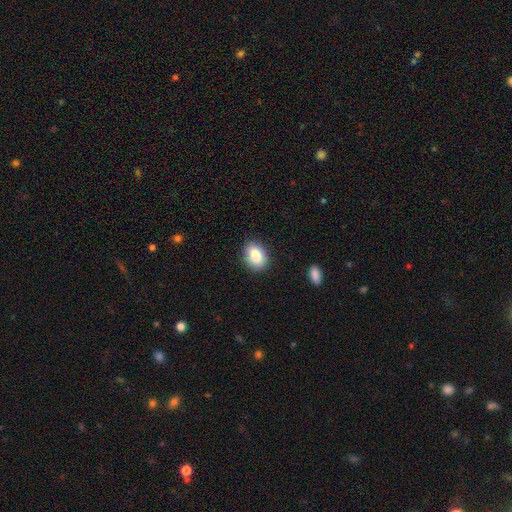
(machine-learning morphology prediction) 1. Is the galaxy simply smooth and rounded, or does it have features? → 88% smooth, 7% star or artifact, 5% featured or disk.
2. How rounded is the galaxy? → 80% in between, 18% round, 1% cigar-shaped.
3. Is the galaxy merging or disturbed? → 86% none, 10% minor disturbance, 3% major disturbance, 1% merger.